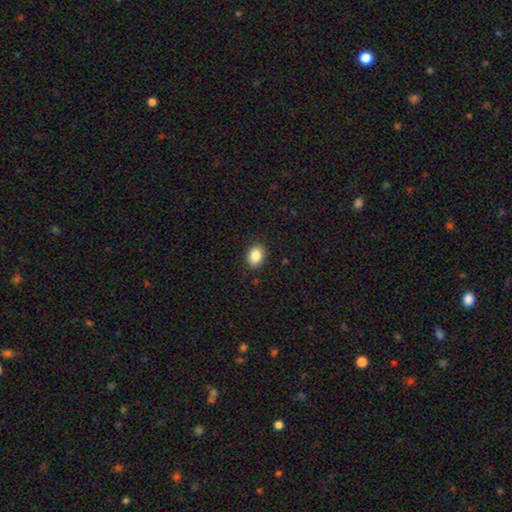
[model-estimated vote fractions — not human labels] Smooth or featured? smooth (87%)
How rounded? in between (67%)
Merging? none (88%)